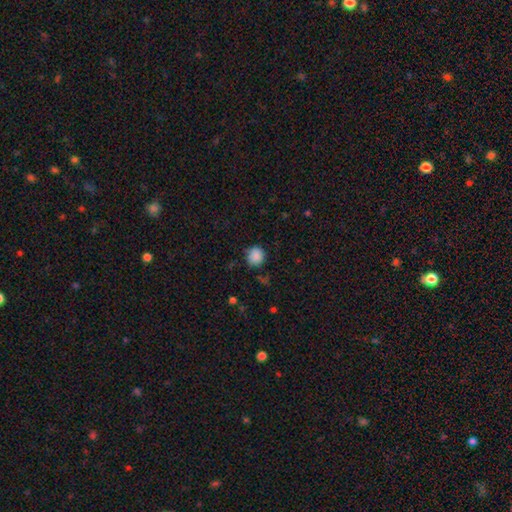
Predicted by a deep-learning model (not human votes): smooth_or_featured: smooth (p=0.87) [alt: star or artifact p=0.09]
how_rounded: round (p=0.80) [alt: in between p=0.19]
merging: none (p=0.76) [alt: minor disturbance p=0.18]